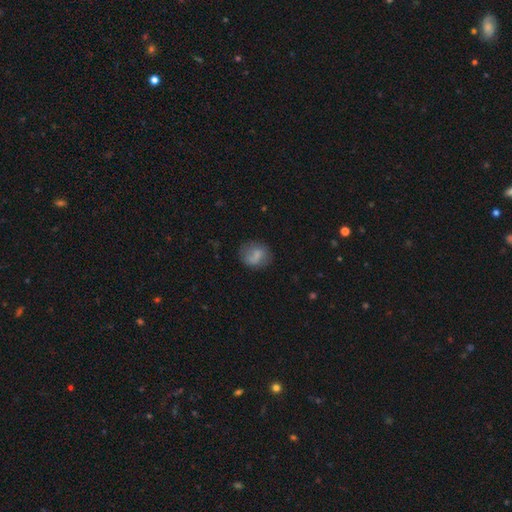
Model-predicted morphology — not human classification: type=smooth (73%); roundness=round (66%); merging=none (65%).